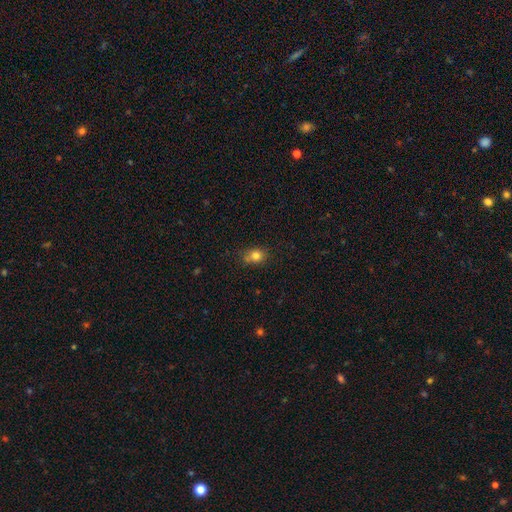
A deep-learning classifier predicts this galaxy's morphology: smooth-or-featured: smooth: 80% | star or artifact: 12% | featured or disk: 8%
  how-rounded: round: 62% | in between: 37% | cigar-shaped: 1%
  merging: none: 62% | minor disturbance: 20% | merger: 12% | major disturbance: 5%